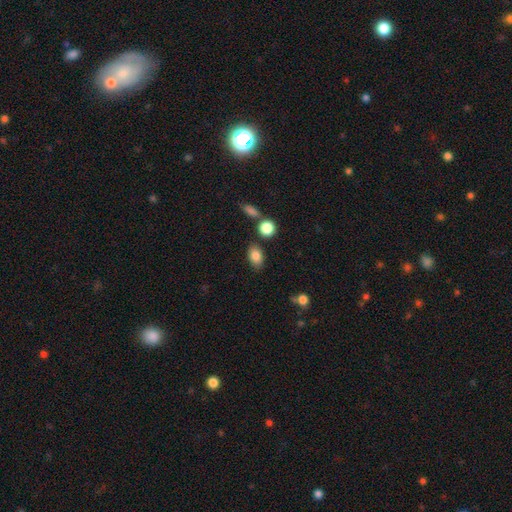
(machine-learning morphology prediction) Overall: smooth (84%). How rounded: in between (82%). Merging: none (79%).